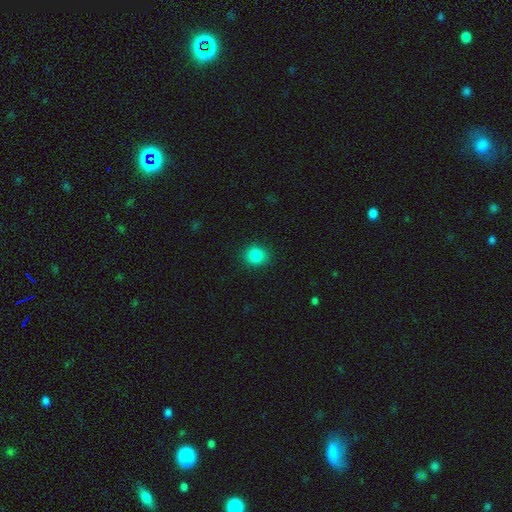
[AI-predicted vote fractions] Morphology: type=smooth (85%); roundness=round (81%); merging=none (89%).